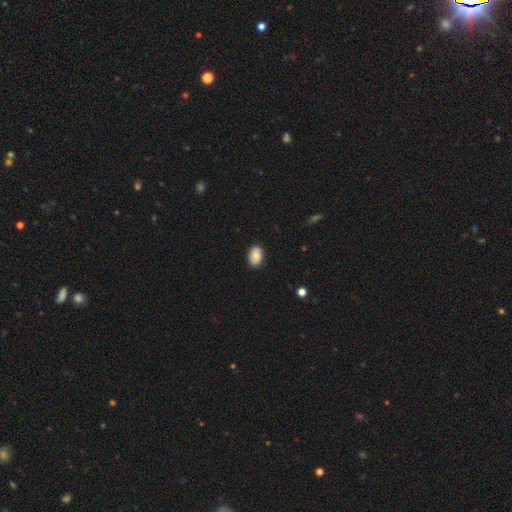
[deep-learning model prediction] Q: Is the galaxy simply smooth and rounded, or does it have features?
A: smooth — 83%.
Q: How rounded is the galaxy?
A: in between — 87%.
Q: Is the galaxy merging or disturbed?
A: none — 87%.